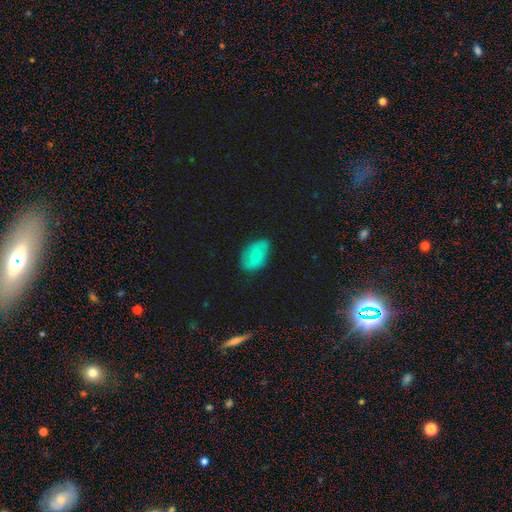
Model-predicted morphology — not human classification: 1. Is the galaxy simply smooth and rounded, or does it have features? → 70% smooth, 22% featured or disk, 7% star or artifact.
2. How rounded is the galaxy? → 89% in between, 9% round, 2% cigar-shaped.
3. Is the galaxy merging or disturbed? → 69% none, 25% minor disturbance, 5% major disturbance, 2% merger.